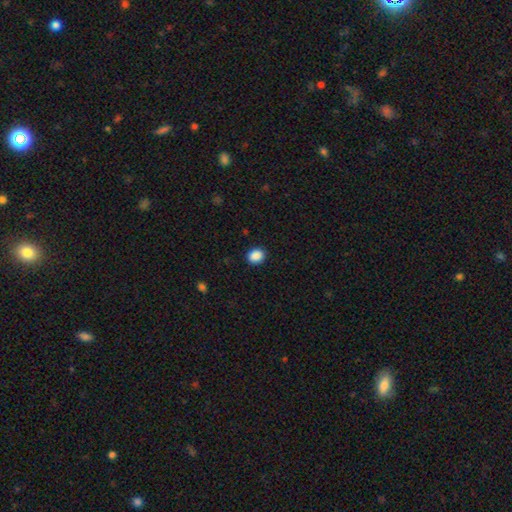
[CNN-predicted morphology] A smooth galaxy with no disk features (89%) that is round (62%). Merging: none (90%).